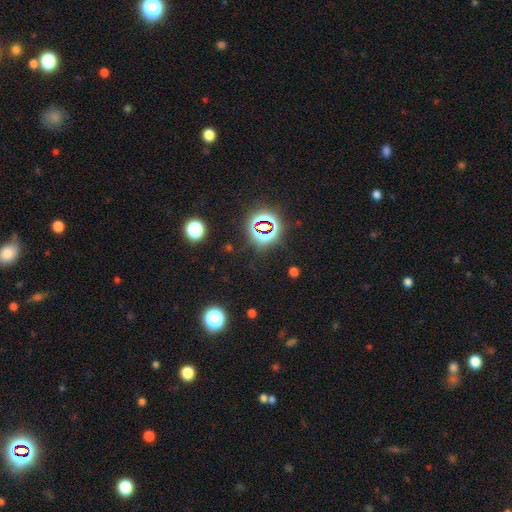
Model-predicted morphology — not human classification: Overall: star or artifact (81%).